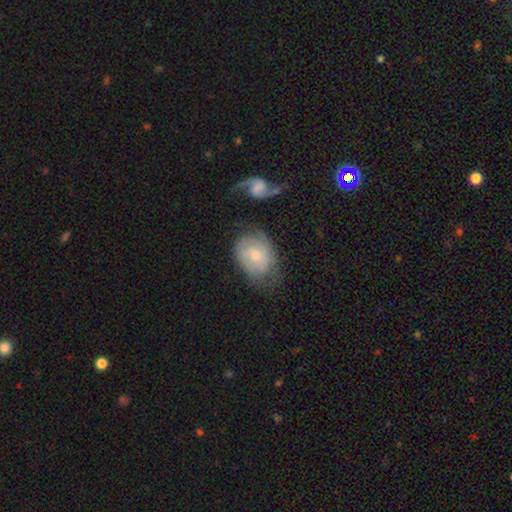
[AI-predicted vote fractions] A featured or disk galaxy (57%) with no bar (65%), spiral arms (82%) and a small central bulge (51%). Merging: none (51%).